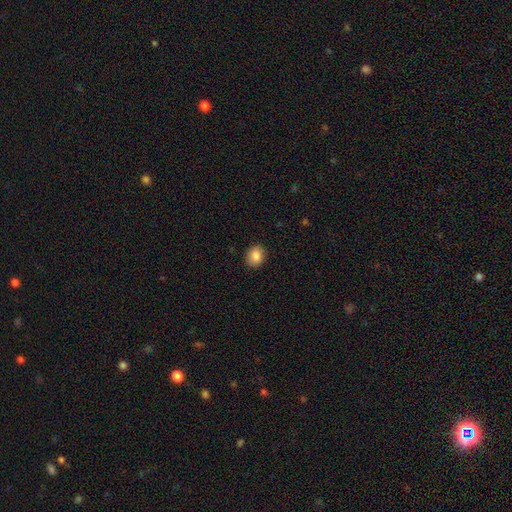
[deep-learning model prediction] A smooth galaxy with no disk features (86%) that is round (60%). Merging: none (90%).